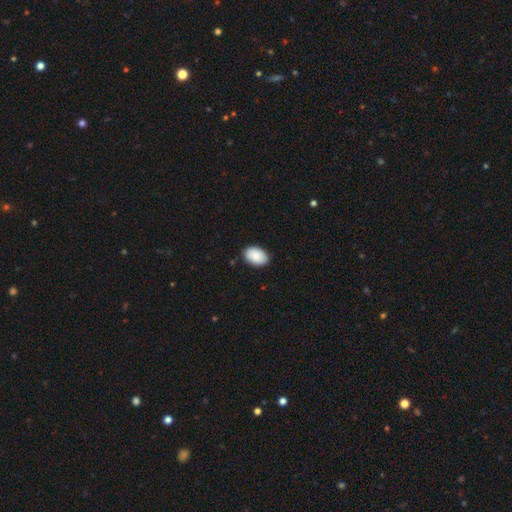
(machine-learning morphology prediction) A smooth galaxy with no disk features (89%) that is in between round and cigar-shaped (89%). Merging: none (88%).